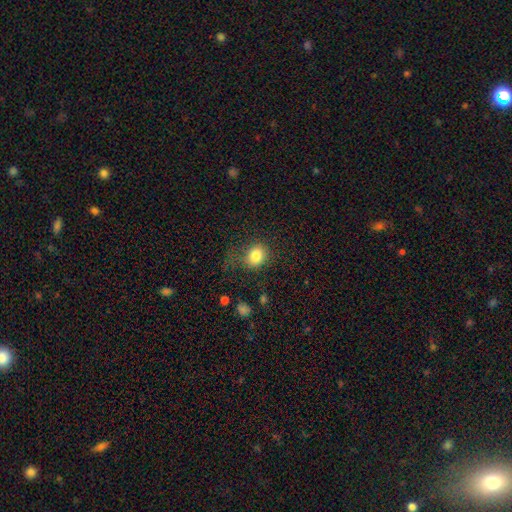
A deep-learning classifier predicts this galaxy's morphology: smooth_or_featured: smooth (p=0.82) [alt: star or artifact p=0.11]
how_rounded: round (p=0.65) [alt: in between p=0.34]
merging: none (p=0.63) [alt: minor disturbance p=0.20]